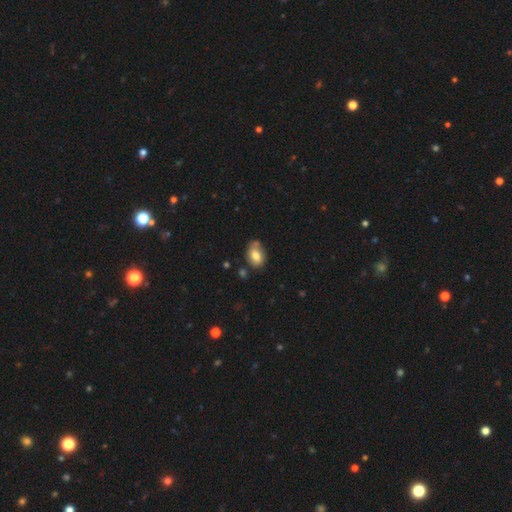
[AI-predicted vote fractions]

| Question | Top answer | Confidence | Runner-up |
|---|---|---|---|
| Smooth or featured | smooth | 78% | featured or disk (14%) |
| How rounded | in between | 79% | round (19%) |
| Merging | none | 58% | minor disturbance (25%) |